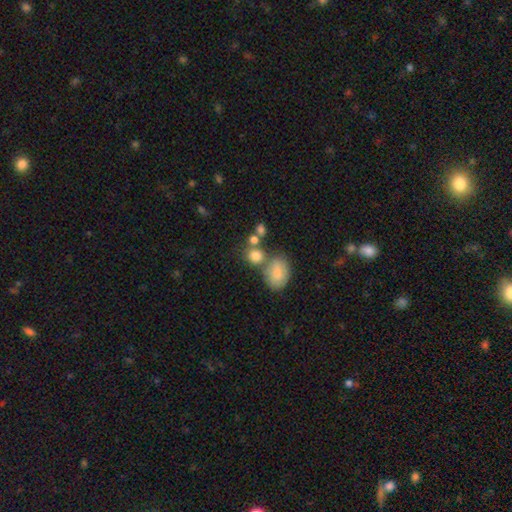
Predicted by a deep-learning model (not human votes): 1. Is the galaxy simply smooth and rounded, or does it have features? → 79% smooth, 11% star or artifact, 10% featured or disk.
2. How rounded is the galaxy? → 73% round, 26% in between, 1% cigar-shaped.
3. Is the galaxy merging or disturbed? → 51% none, 33% merger, 11% minor disturbance, 5% major disturbance.